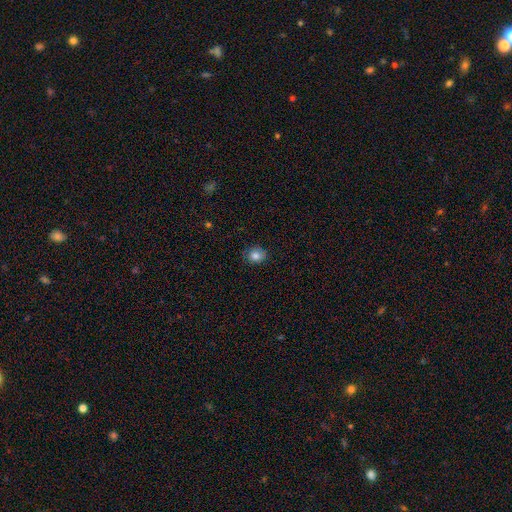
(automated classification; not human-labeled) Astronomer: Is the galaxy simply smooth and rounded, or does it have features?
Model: smooth — 82%.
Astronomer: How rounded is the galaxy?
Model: round — 72%.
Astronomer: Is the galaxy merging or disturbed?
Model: none — 82%.